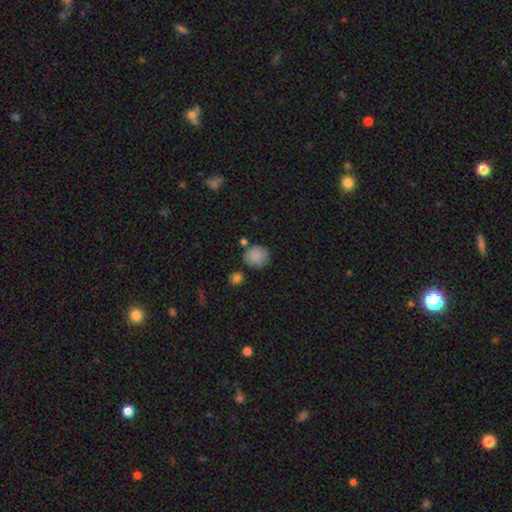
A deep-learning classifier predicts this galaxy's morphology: Smooth or featured? smooth (85%)
How rounded? round (78%)
Merging? none (71%)